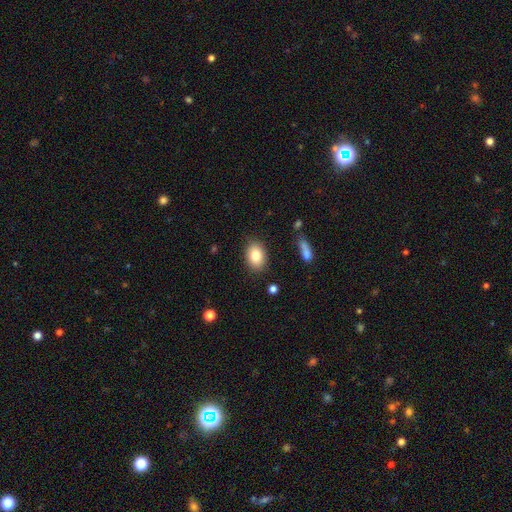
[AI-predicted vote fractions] A smooth galaxy with no disk features (83%) that is in between round and cigar-shaped (80%).

Vote fractions:
- Smooth or featured? smooth: 83% / featured or disk: 10% / star or artifact: 8%
- How rounded? in between: 80% / round: 18% / cigar-shaped: 1%
- Merging? none: 85% / minor disturbance: 10% / major disturbance: 3% / merger: 2%